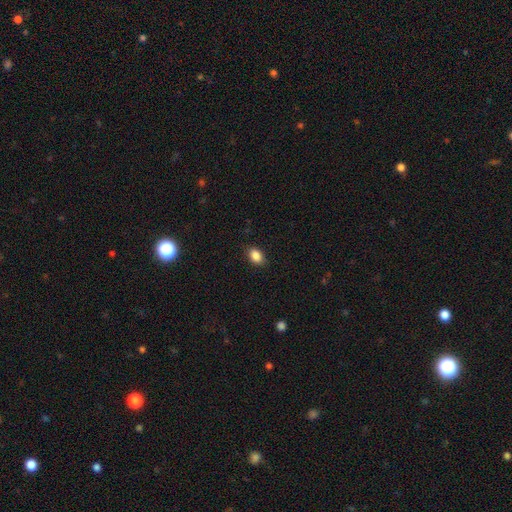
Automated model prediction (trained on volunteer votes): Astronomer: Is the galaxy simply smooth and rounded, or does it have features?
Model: smooth — 87%.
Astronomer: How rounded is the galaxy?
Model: in between — 82%.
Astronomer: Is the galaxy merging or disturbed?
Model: none — 87%.